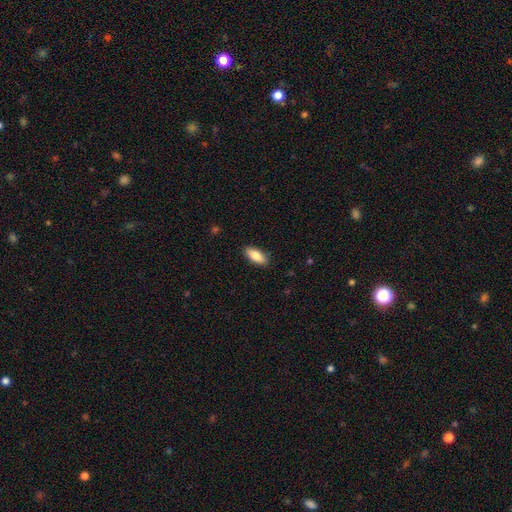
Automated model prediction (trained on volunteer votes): This appears to be a smooth galaxy with no disk features (84%) that is in between round and cigar-shaped (83%). Merging: none (88%).